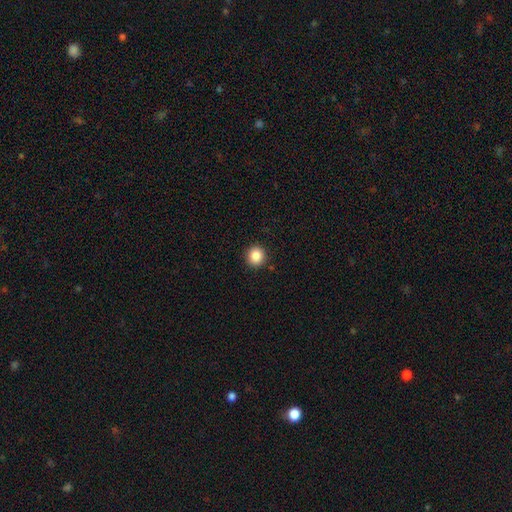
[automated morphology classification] Smooth or featured? Predicted: smooth (p=0.87). How rounded? Predicted: round (p=0.90). Merging? Predicted: none (p=0.91).